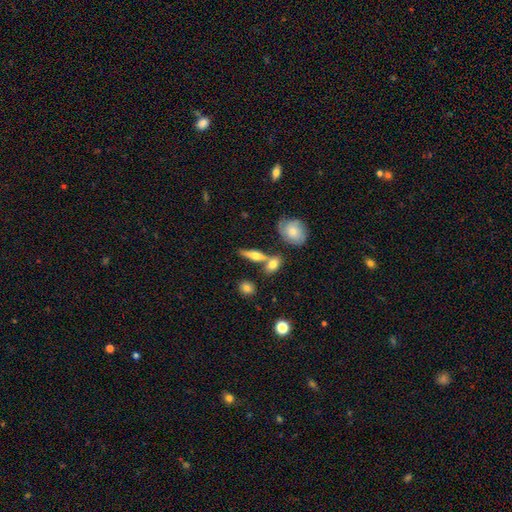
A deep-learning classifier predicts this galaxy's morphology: Smooth or featured? featured or disk (48%)
Merging? none (62%)